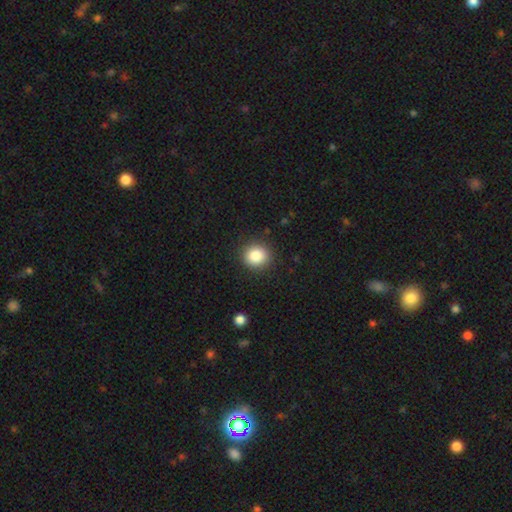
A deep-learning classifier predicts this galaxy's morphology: The model was most divided on "how rounded": round: 87%, in between: 12%, cigar-shaped: 1%. More confident: merging — none (90%); smooth or featured — smooth (86%).